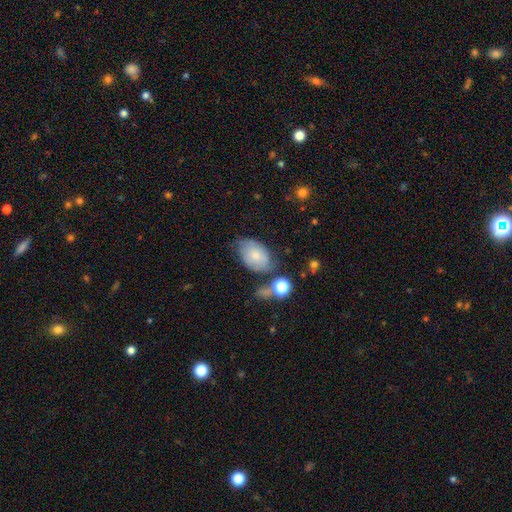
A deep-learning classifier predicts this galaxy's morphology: smooth_or_featured: smooth (p=0.69) [alt: featured or disk p=0.23]
how_rounded: in between (p=0.86) [alt: round p=0.13]
merging: none (p=0.50) [alt: minor disturbance p=0.28]